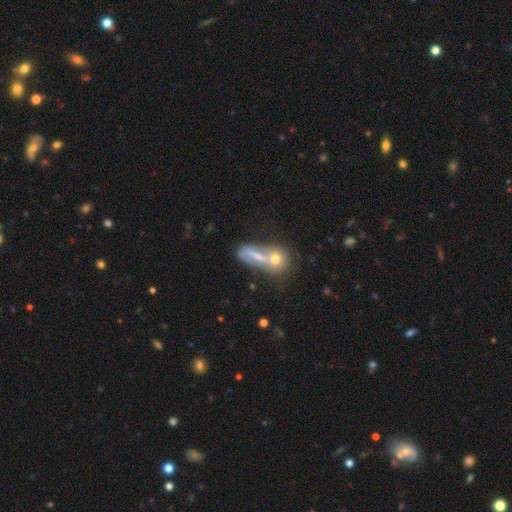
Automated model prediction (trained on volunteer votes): A smooth galaxy with no disk features (54%) that is in between round and cigar-shaped (52%). Merging: merger (48%).